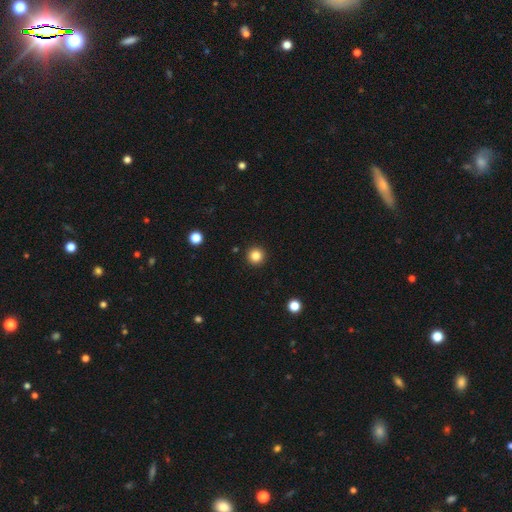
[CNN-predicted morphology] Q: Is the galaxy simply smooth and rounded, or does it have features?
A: smooth — 84%.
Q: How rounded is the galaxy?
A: round — 96%.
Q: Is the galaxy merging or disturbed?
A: none — 93%.